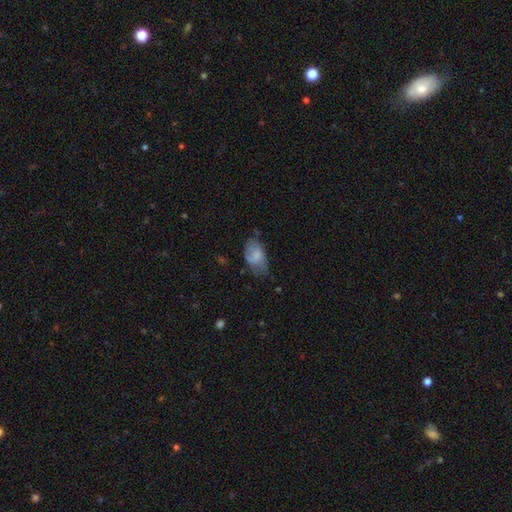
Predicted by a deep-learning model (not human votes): This is likely a smooth galaxy (68%). How rounded: clearly in between (92%). Merging: marginally none (45%).